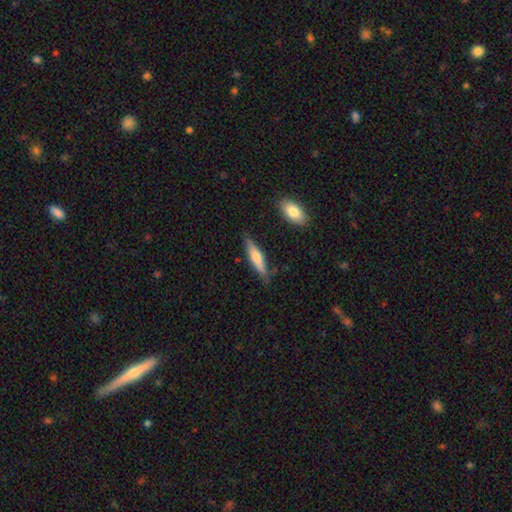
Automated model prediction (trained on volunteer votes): Smooth or featured? smooth (58%)
How rounded? cigar-shaped (75%)
Merging? none (78%)